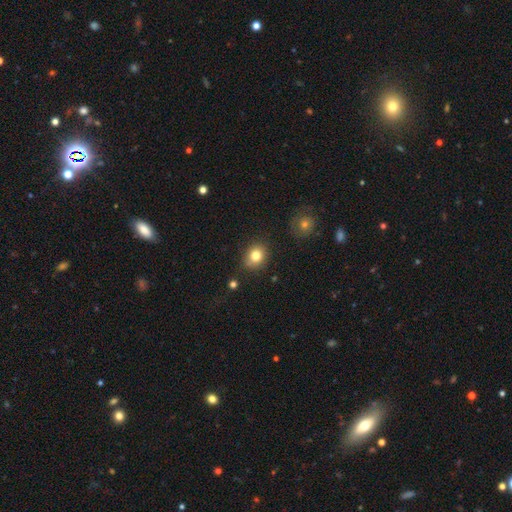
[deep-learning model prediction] Smooth or featured?
  - smooth: 80% *
  - star or artifact: 11%
  - featured or disk: 8%
How rounded?
  - round: 70% *
  - in between: 29%
  - cigar-shaped: 1%
Merging?
  - none: 80% *
  - minor disturbance: 14%
  - major disturbance: 3%
  - merger: 3%